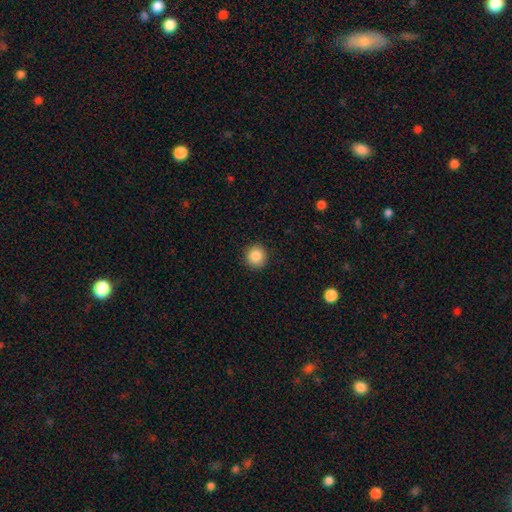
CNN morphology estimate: Smooth or featured? smooth (86%)
How rounded? round (93%)
Merging? none (91%)